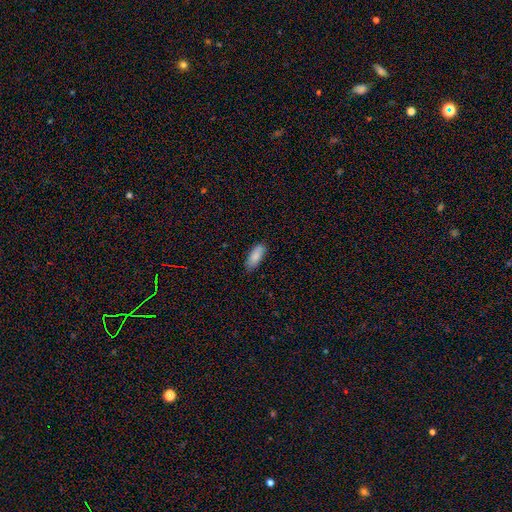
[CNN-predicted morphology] Smooth or featured?
  - smooth: 86% *
  - featured or disk: 7%
  - star or artifact: 6%
How rounded?
  - in between: 75% *
  - cigar-shaped: 23%
  - round: 2%
Merging?
  - none: 80% *
  - minor disturbance: 16%
  - major disturbance: 3%
  - merger: 1%